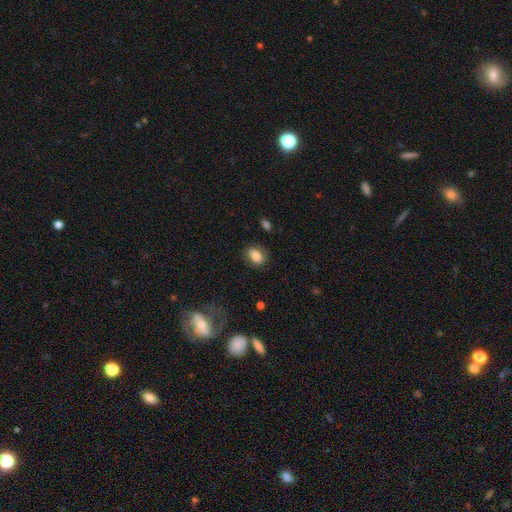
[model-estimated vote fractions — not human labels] The model was most divided on "how rounded": in between: 77%, round: 22%, cigar-shaped: 2%. More confident: smooth or featured — smooth (80%); merging — none (79%).